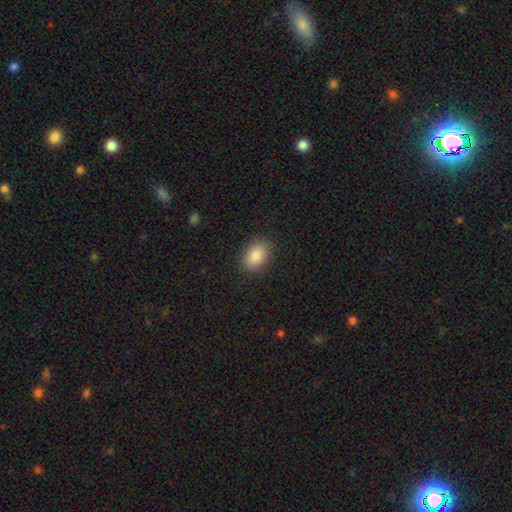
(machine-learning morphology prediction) Smooth or featured? Predicted: smooth (p=0.86). How rounded? Predicted: in between (p=0.83). Merging? Predicted: none (p=0.88).